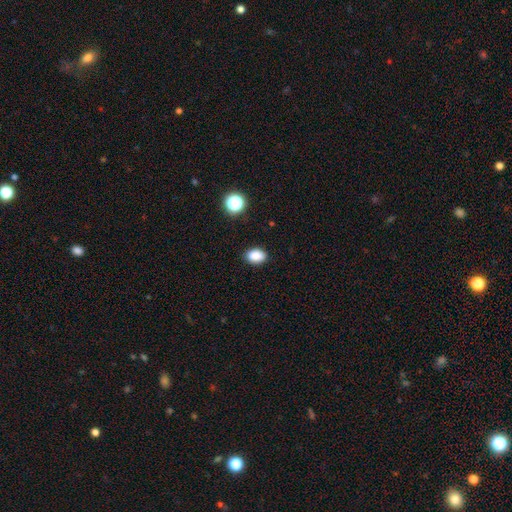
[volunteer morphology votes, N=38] A smooth galaxy with no disk features (97%) that is in between round and cigar-shaped (78%). Merging: none (79%).